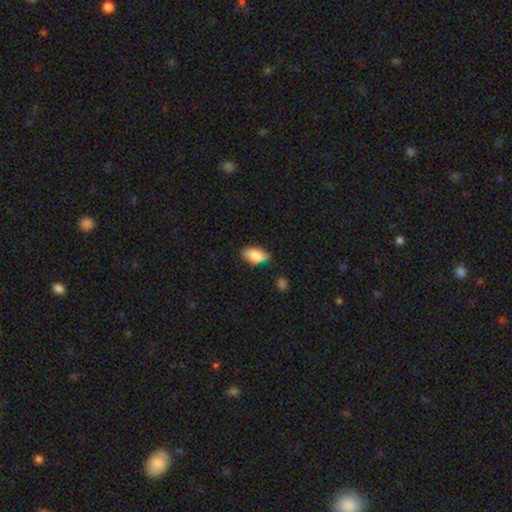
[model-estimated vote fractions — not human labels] The model was most divided on "merging": none: 71%, minor disturbance: 23%, major disturbance: 3%, merger: 3%. More confident: how rounded — in between (92%); smooth or featured — smooth (83%).